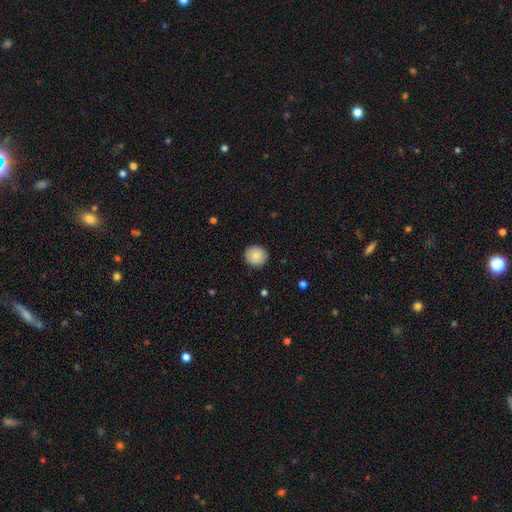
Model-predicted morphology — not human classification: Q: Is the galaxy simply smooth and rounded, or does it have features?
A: smooth — 86%.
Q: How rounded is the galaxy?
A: round — 92%.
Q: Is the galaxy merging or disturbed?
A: none — 91%.